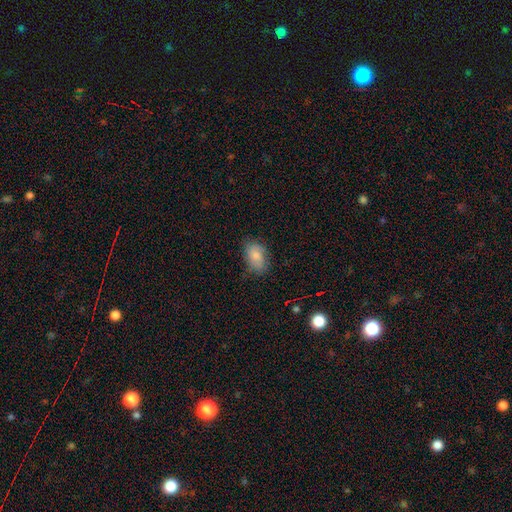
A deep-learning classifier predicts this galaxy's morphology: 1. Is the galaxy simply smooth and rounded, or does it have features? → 77% smooth, 15% featured or disk, 8% star or artifact.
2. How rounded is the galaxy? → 86% in between, 12% round, 1% cigar-shaped.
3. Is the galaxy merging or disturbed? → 72% none, 21% minor disturbance, 6% major disturbance, 1% merger.